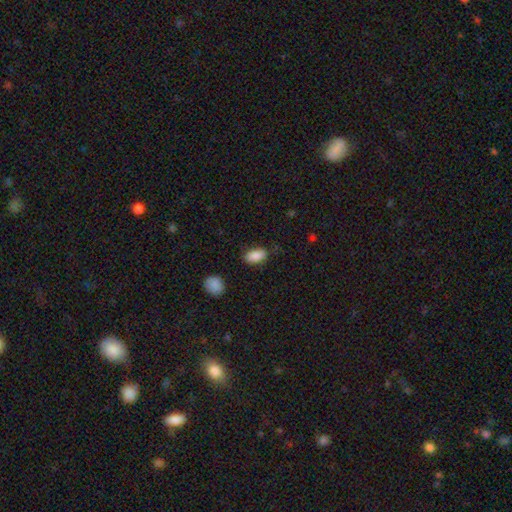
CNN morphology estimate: Q: Smooth or featured?
A: smooth (86%); runner-up: star or artifact (7%)
Q: How rounded?
A: in between (92%); runner-up: round (5%)
Q: Merging?
A: none (83%); runner-up: minor disturbance (13%)